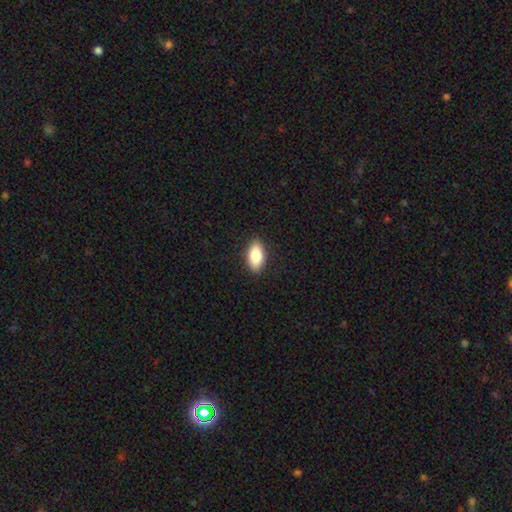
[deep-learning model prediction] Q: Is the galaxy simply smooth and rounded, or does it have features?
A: smooth — 83%.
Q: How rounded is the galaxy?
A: in between — 89%.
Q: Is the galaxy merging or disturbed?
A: none — 89%.